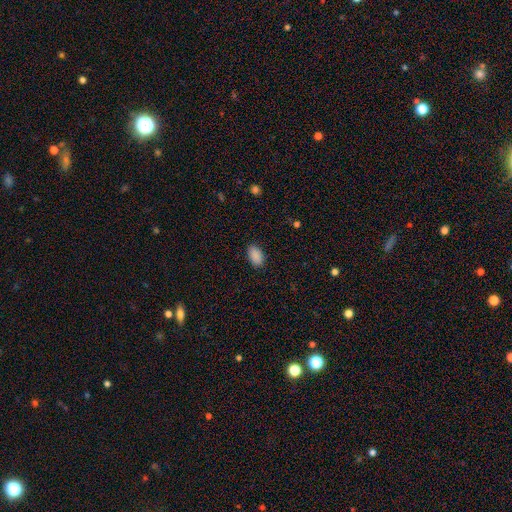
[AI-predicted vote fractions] Morphology: type=smooth (89%); roundness=in between (91%); merging=none (87%).